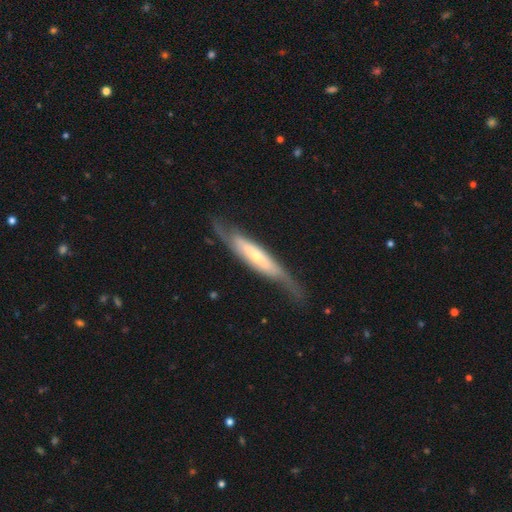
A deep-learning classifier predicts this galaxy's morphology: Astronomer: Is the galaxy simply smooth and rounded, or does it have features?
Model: featured or disk — 71%.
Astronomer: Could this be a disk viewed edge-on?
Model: no — 51% (runner-up: yes, 49%).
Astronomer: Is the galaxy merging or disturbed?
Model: none — 64%.